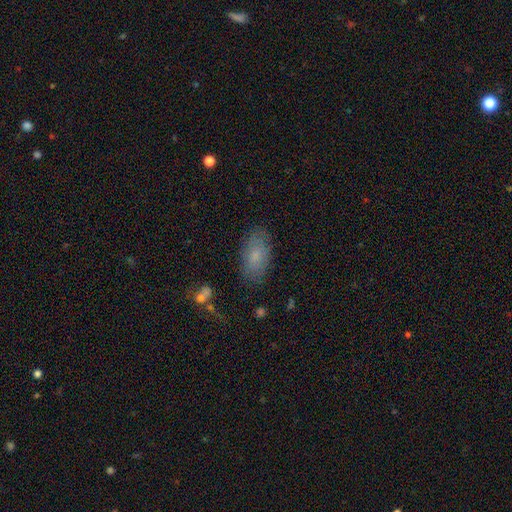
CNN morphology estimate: smooth 74%, featured or disk 17%, star or artifact 9%. Down the decision tree: how rounded — in between (92%); merging — none (82%).